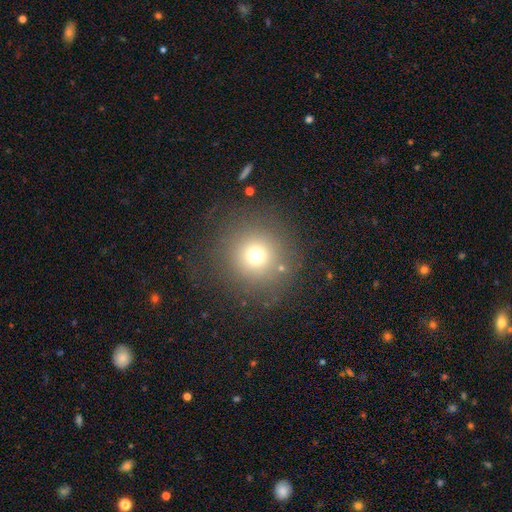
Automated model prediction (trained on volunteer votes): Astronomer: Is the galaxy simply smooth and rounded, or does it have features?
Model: smooth — 70%.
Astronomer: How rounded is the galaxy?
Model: round — 95%.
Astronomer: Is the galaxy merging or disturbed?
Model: none — 83%.